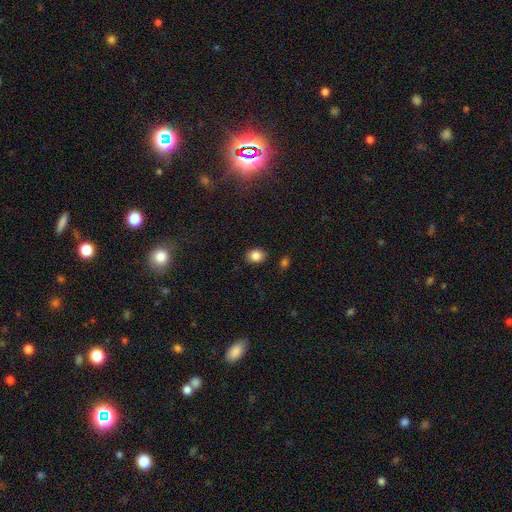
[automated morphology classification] Smooth or featured?
  - smooth: 85% *
  - star or artifact: 10%
  - featured or disk: 6%
How rounded?
  - in between: 52% *
  - round: 47%
  - cigar-shaped: 1%
Merging?
  - none: 87% *
  - minor disturbance: 9%
  - major disturbance: 2%
  - merger: 2%